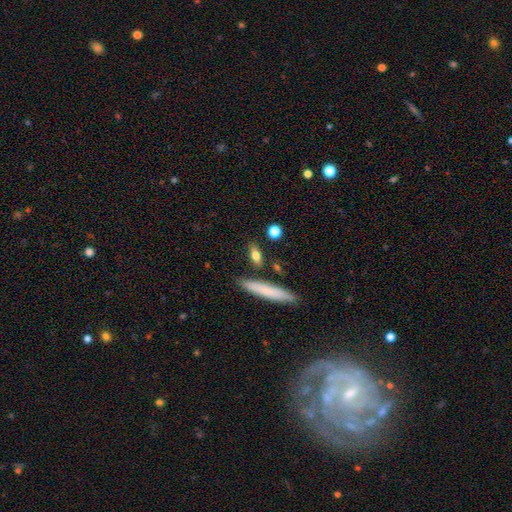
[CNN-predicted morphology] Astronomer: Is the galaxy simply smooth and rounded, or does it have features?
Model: smooth — 77%.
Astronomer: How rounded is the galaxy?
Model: in between — 56% (runner-up: cigar-shaped, 37%).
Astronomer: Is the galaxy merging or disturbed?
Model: none — 79%.